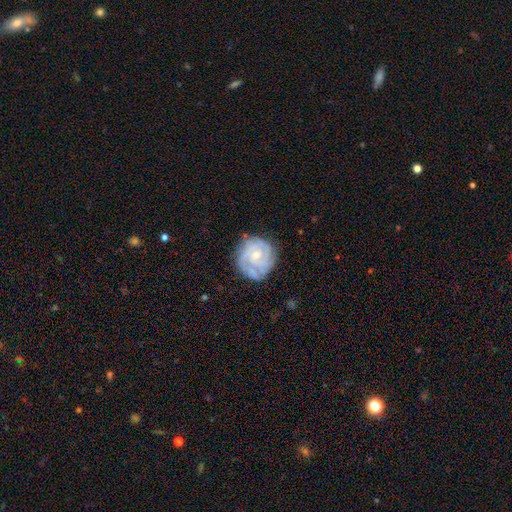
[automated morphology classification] Smooth or featured? Predicted: featured or disk (p=0.78). Edge-on disk? Predicted: no (p=0.98). Bar? Predicted: no (p=0.70). Spiral arms? Predicted: yes (p=0.92). Spiral winding? Predicted: tight (p=0.70). Spiral arm count? Predicted: can't tell (p=0.32). Bulge size? Predicted: small (p=0.61). Merging? Predicted: none (p=0.73).